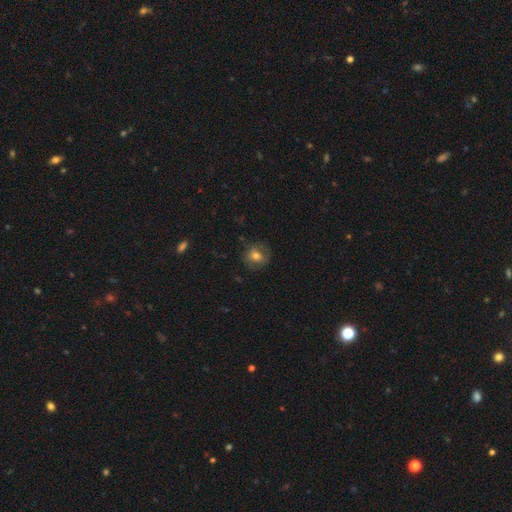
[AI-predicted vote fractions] Smooth or featured: smooth — 68% (featured or disk — 22%)
How rounded: round — 77% (in between — 22%)
Merging: none — 75% (minor disturbance — 17%)